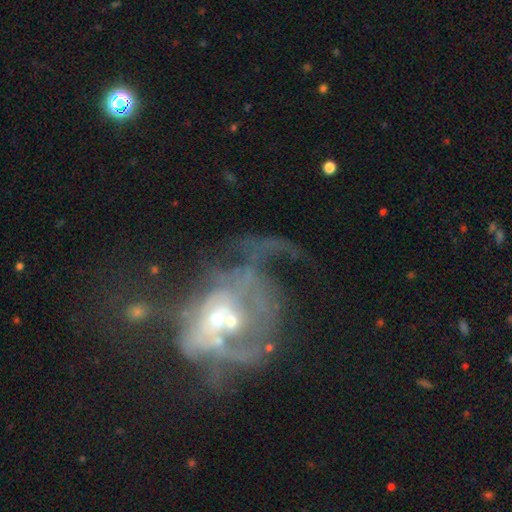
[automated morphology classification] type=featured or disk (69%); edge-on=no (97%); bar=no (80%); spiral arms=no (51%); bulge=small (49%); merging=merger (43%).